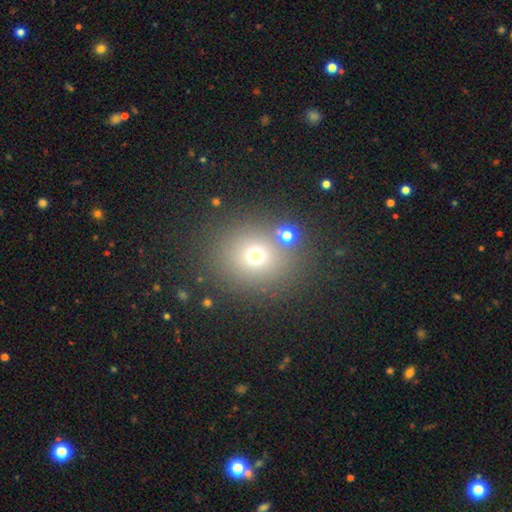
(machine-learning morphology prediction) Smooth or featured?
  - smooth: 68% *
  - star or artifact: 21%
  - featured or disk: 11%
How rounded?
  - round: 78% *
  - in between: 21%
  - cigar-shaped: 1%
Merging?
  - none: 77% *
  - minor disturbance: 9%
  - merger: 9%
  - major disturbance: 5%